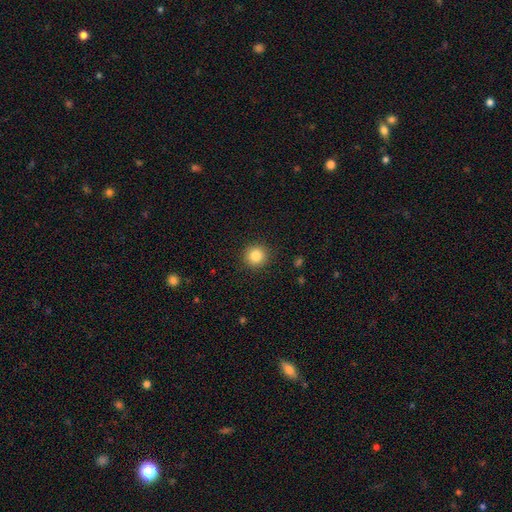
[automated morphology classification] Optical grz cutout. It shows a smooth galaxy with no disk features (84%) that is round (94%). Merging: none (91%).